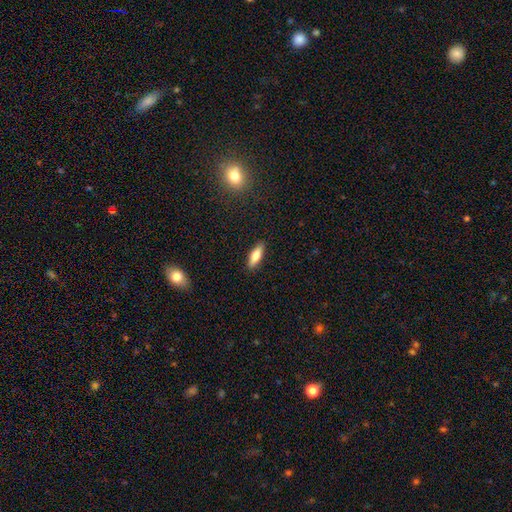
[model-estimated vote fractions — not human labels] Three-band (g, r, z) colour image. It shows a smooth galaxy with no disk features (78%) that is in between round and cigar-shaped (54%). Merging: none (89%).